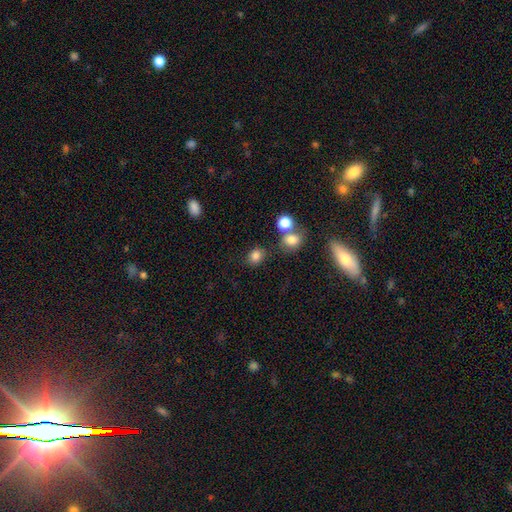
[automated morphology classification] Q: Smooth or featured?
A: smooth (82%); runner-up: star or artifact (12%)
Q: How rounded?
A: round (63%); runner-up: in between (36%)
Q: Merging?
A: none (73%); runner-up: minor disturbance (11%)